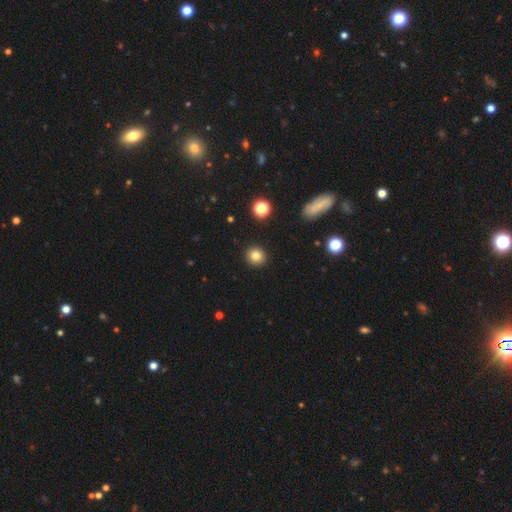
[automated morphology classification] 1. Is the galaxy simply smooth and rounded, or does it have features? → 81% smooth, 12% star or artifact, 6% featured or disk.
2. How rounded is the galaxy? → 88% round, 11% in between, 1% cigar-shaped.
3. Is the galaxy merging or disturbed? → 92% none, 5% minor disturbance, 2% major disturbance, 1% merger.